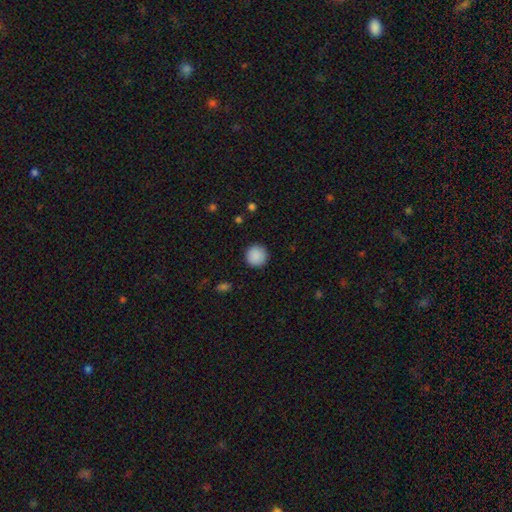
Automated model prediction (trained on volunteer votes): smooth-or-featured: smooth: 90% | star or artifact: 8% | featured or disk: 3%
  how-rounded: round: 95% | in between: 4% | cigar-shaped: 1%
  merging: none: 92% | minor disturbance: 5% | major disturbance: 2% | merger: 1%